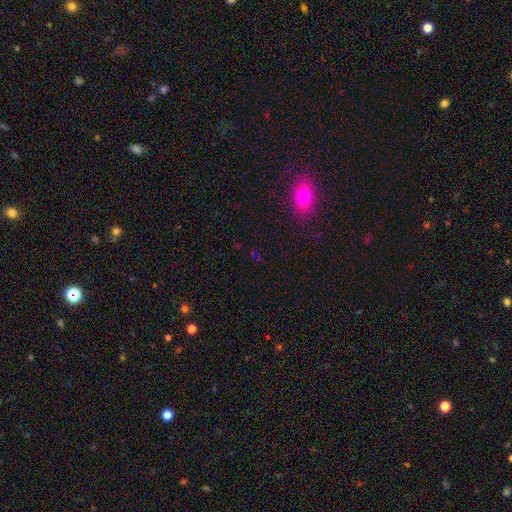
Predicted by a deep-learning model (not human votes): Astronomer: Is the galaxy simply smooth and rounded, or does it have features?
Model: star or artifact — 59%.